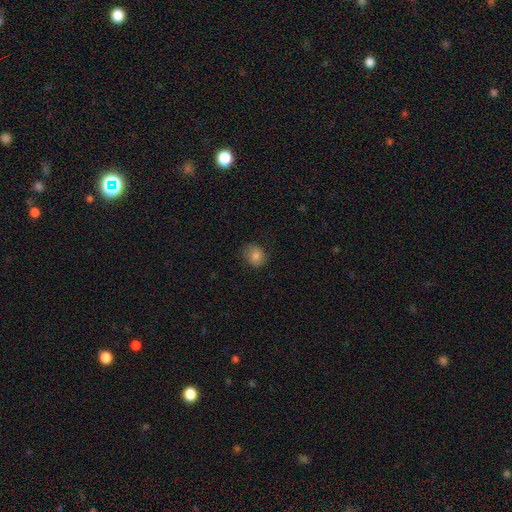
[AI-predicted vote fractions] A smooth galaxy with no disk features (81%) that is round (67%). Merging: none (80%).